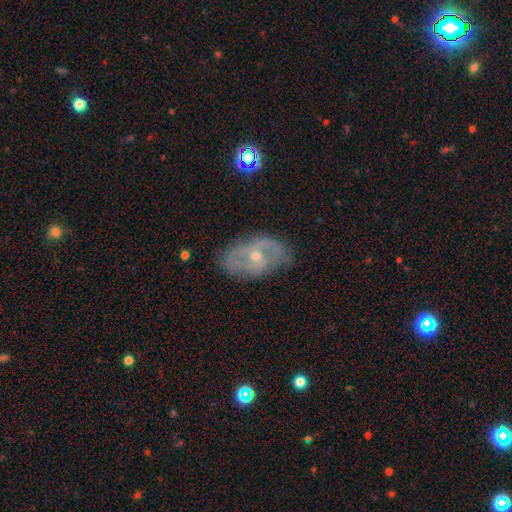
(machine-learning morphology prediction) featured or disk 78%, smooth 15%, star or artifact 8%. Down the decision tree: edge-on disk — no (94%); bar — no (50%); spiral arms — yes (79%); spiral arm count — 2 (66%); spiral winding — medium (45%); bulge size — small (55%); merging — none (70%).